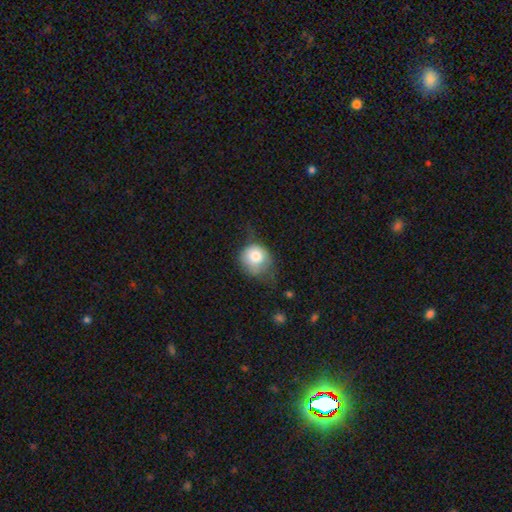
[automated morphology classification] Smooth or featured? Predicted: smooth (p=0.76). How rounded? Predicted: round (p=0.83). Merging? Predicted: minor disturbance (p=0.37).